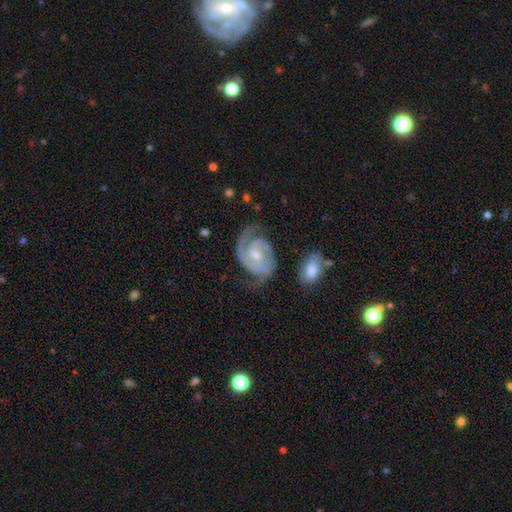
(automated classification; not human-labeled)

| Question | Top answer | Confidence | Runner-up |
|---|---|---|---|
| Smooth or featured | featured or disk | 89% | smooth (7%) |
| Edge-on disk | no | 97% | yes (3%) |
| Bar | weak | 47% | no (40%) |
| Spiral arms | yes | 97% | no (3%) |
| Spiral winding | tight | 50% | medium (41%) |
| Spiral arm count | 2 | 75% | 1 (11%) |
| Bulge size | moderate | 48% | small (46%) |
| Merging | none | 63% | minor disturbance (21%) |